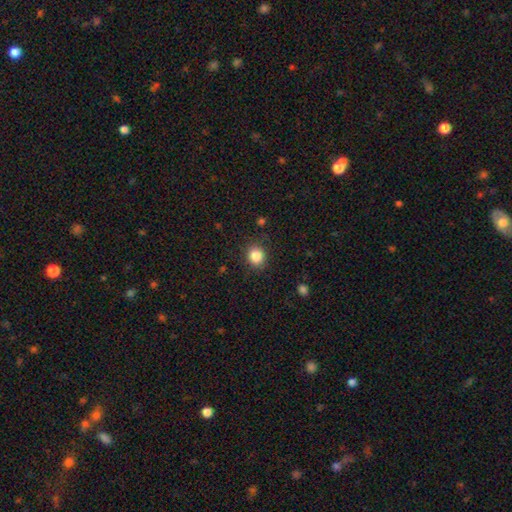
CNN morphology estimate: Smooth or featured? smooth (85%)
How rounded? round (81%)
Merging? none (86%)